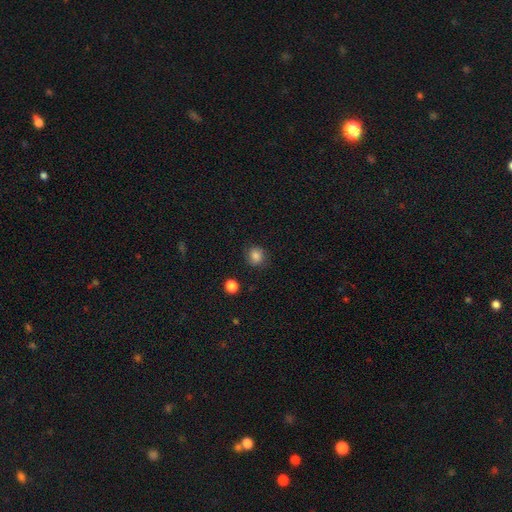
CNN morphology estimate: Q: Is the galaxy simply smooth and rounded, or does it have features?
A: smooth — 84%.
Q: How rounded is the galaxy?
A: round — 82%.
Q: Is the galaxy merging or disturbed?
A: none — 84%.